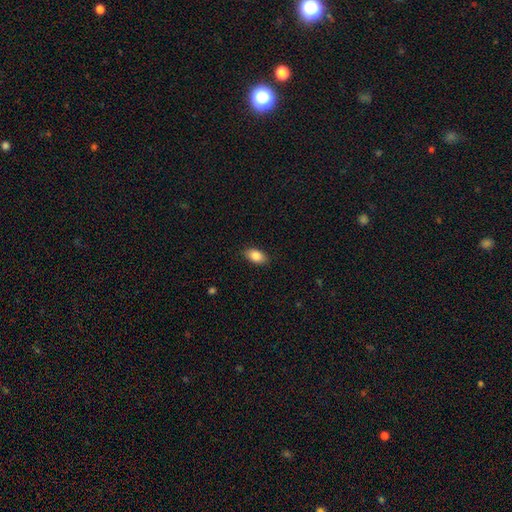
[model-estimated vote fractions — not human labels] This appears to be a smooth galaxy with no disk features (85%) that is in between round and cigar-shaped (92%). Merging: none (87%).